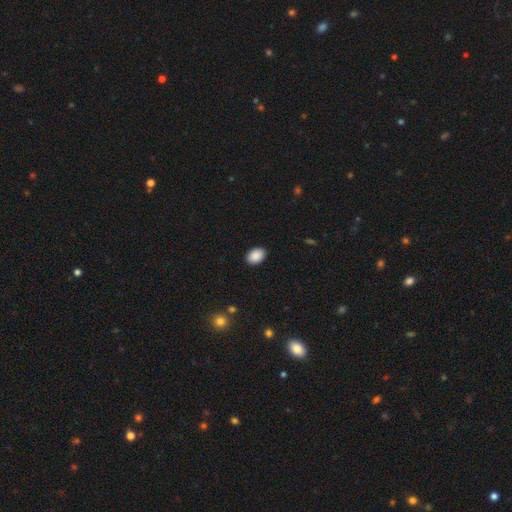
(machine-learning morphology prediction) Smooth or featured? smooth (89%)
How rounded? in between (78%)
Merging? none (91%)